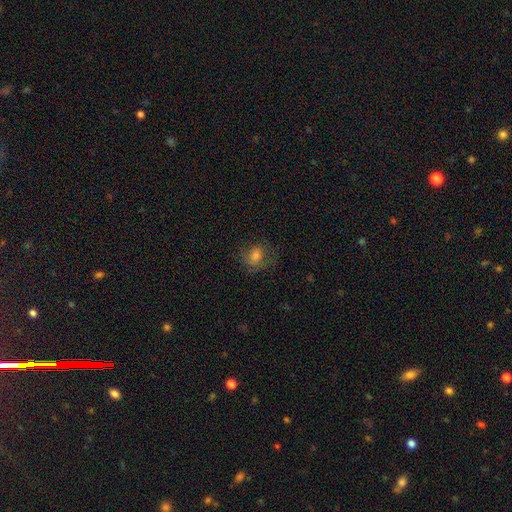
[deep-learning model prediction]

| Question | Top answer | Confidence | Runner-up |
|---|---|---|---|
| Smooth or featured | smooth | 60% | featured or disk (24%) |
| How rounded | round | 57% | in between (42%) |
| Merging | none | 66% | minor disturbance (19%) |